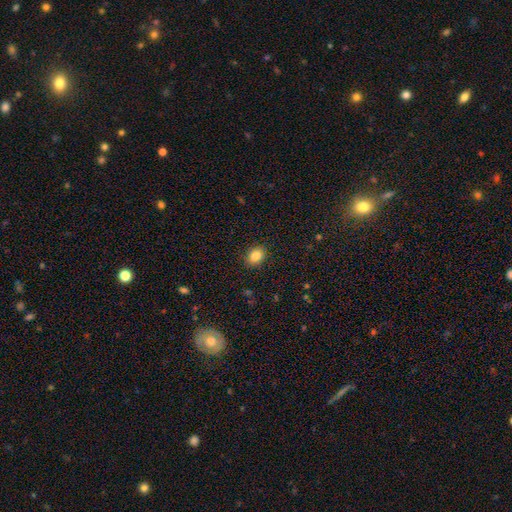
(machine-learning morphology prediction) Smooth or featured?
  - smooth: 85% *
  - star or artifact: 9%
  - featured or disk: 5%
How rounded?
  - in between: 64% *
  - round: 35%
  - cigar-shaped: 1%
Merging?
  - none: 89% *
  - minor disturbance: 7%
  - major disturbance: 2%
  - merger: 1%